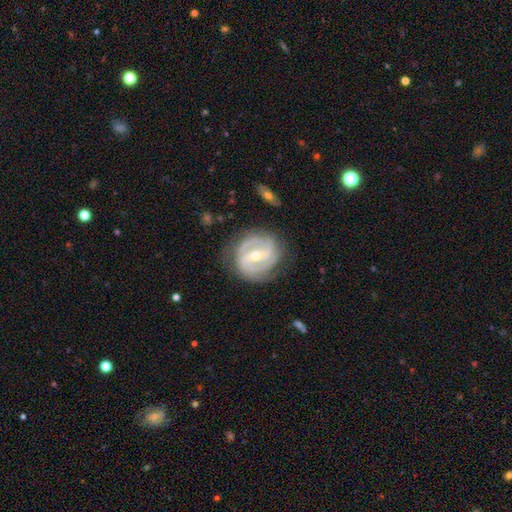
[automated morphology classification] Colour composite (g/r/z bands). It shows a featured or disk galaxy (88%) with a strong bar (46%), 2 (59%) tight (54%) spiral arms (95%) and a small central bulge (51%). Merging: none (77%).